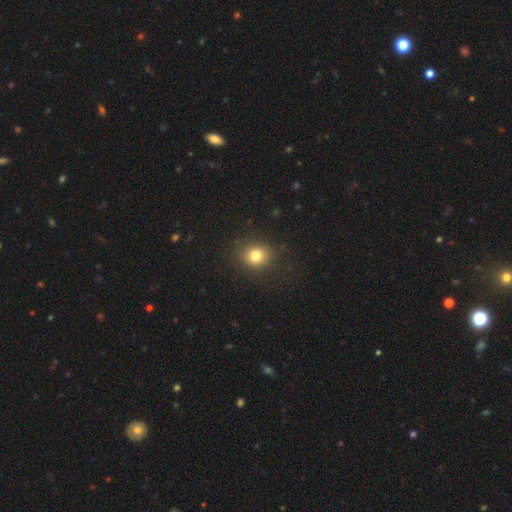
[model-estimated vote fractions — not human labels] A smooth galaxy with no disk features (80%) that is round (79%). Merging: none (87%).